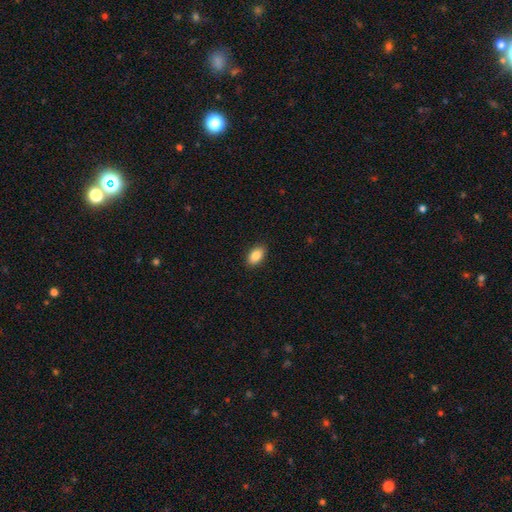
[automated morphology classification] smooth 87%, star or artifact 7%, featured or disk 6%. Down the decision tree: how rounded — in between (92%); merging — none (89%).